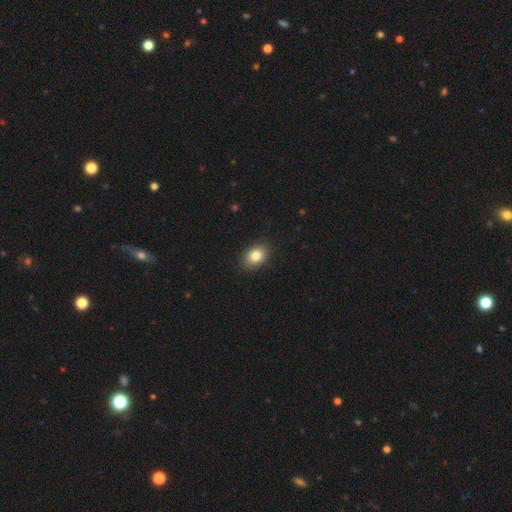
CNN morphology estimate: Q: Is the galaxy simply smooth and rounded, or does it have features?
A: smooth — 84%.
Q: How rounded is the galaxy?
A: in between — 71%.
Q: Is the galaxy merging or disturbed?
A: none — 88%.